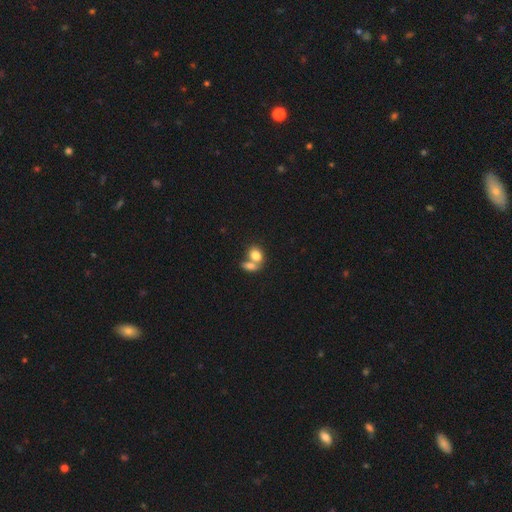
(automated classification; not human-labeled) Smooth or featured: smooth — 79% (featured or disk — 12%)
How rounded: in between — 65% (round — 34%)
Merging: merger — 62% (none — 28%)